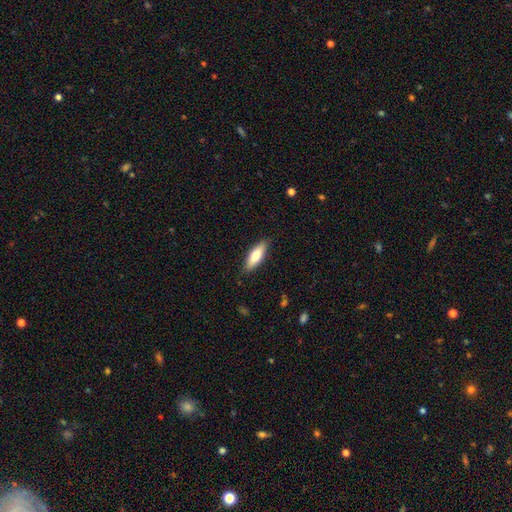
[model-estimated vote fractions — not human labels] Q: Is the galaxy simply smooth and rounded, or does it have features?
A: smooth — 72%.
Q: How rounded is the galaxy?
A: in between — 58%.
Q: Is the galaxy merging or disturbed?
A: none — 86%.